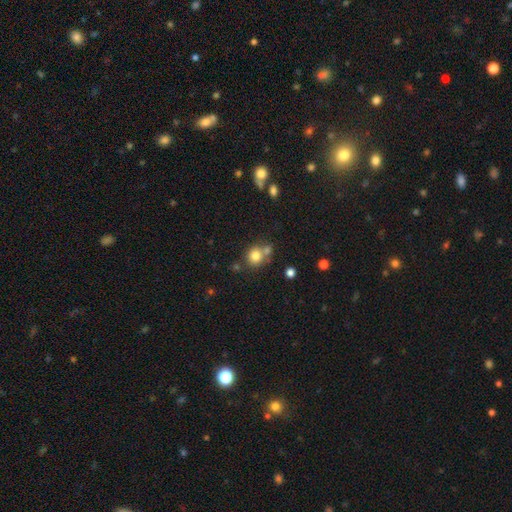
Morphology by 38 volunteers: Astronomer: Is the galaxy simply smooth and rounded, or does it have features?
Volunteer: smooth — 84%.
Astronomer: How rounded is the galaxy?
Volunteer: round — 84%.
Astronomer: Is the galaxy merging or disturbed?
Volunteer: none — 66%.